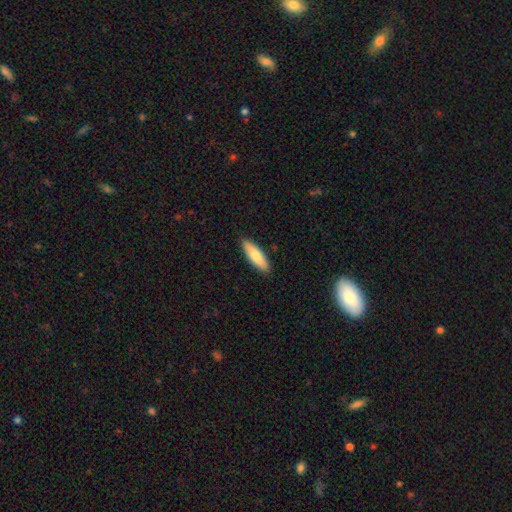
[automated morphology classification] This appears to be a smooth galaxy with no disk features (78%) that is cigar-shaped (55%). Merging: none (89%).